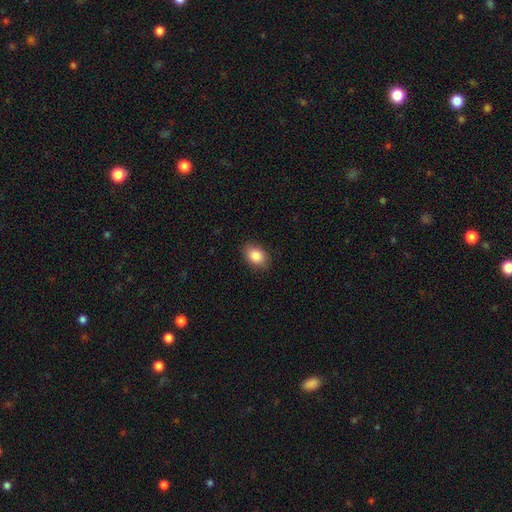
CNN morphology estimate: smooth 87%, star or artifact 8%, featured or disk 5%. Down the decision tree: how rounded — in between (81%); merging — none (87%).